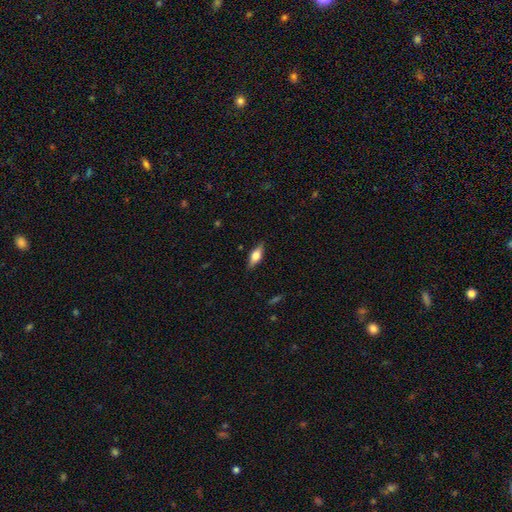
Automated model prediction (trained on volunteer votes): A featured or disk galaxy (49%). Merging: none (85%).